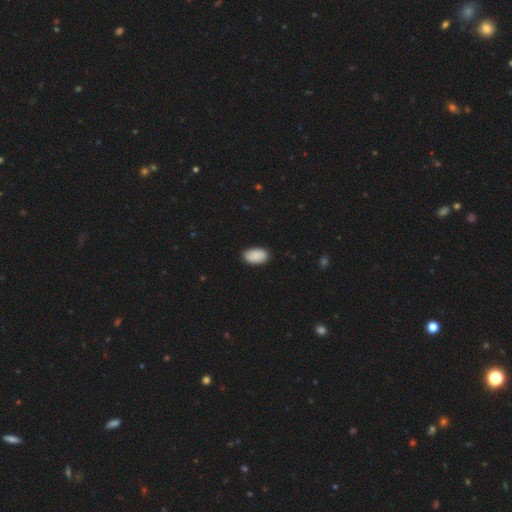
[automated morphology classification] Smooth or featured?
  - smooth: 89% *
  - star or artifact: 6%
  - featured or disk: 4%
How rounded?
  - in between: 95% *
  - round: 4%
  - cigar-shaped: 1%
Merging?
  - none: 85% *
  - minor disturbance: 12%
  - major disturbance: 2%
  - merger: 1%